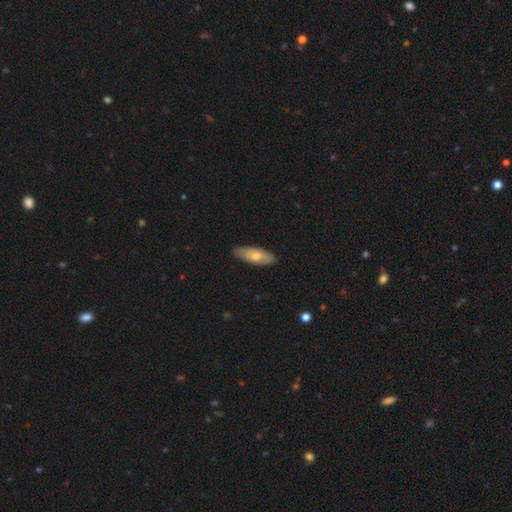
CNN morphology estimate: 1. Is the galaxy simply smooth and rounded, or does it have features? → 65% smooth, 29% featured or disk, 5% star or artifact.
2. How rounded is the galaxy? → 70% in between, 28% cigar-shaped, 2% round.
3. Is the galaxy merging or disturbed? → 84% none, 13% minor disturbance, 2% major disturbance, 1% merger.